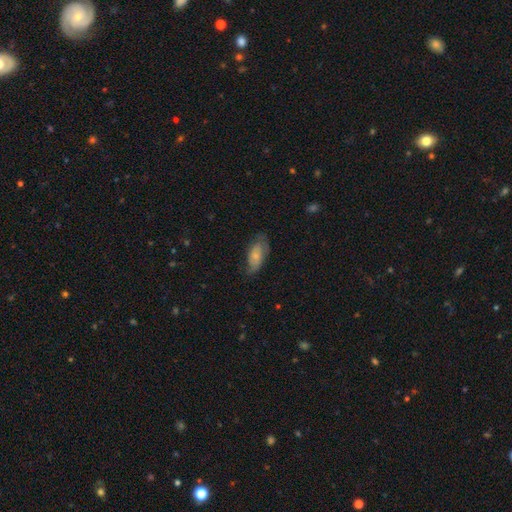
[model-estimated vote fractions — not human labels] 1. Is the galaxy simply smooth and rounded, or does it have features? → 59% smooth, 35% featured or disk, 7% star or artifact.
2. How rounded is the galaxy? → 88% in between, 10% cigar-shaped, 3% round.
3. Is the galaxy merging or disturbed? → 59% none, 28% minor disturbance, 11% major disturbance, 1% merger.